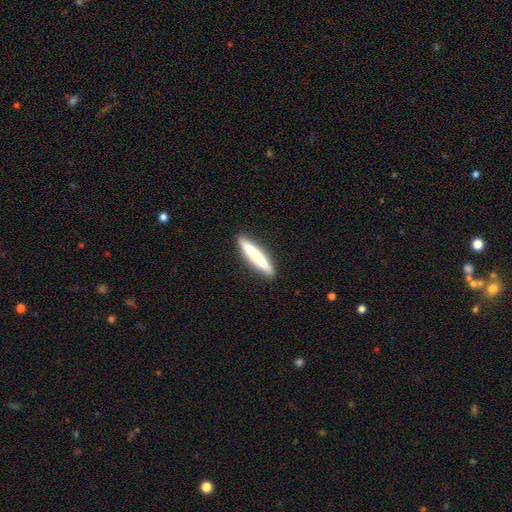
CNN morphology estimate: Smooth or featured: smooth — 62% (featured or disk — 33%)
How rounded: cigar-shaped — 94% (in between — 5%)
Merging: none — 91% (minor disturbance — 7%)